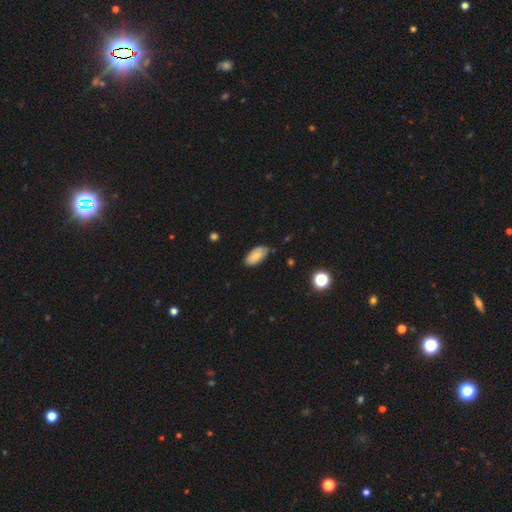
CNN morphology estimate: A smooth galaxy with no disk features (79%) that is in between round and cigar-shaped (93%). Merging: none (70%).